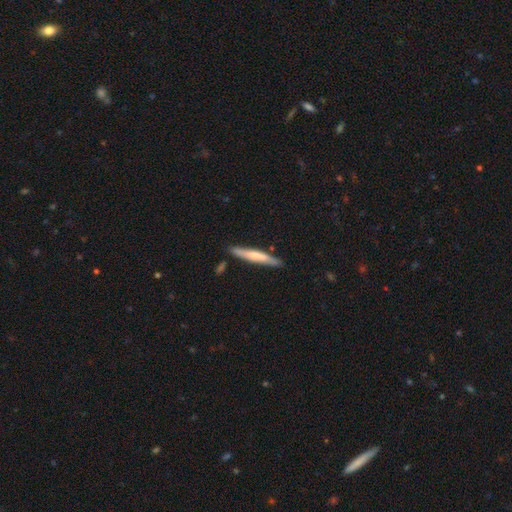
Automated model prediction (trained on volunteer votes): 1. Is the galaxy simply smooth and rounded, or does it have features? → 58% smooth, 37% featured or disk, 5% star or artifact.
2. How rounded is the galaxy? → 94% cigar-shaped, 5% in between, 1% round.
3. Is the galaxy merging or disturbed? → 85% none, 11% minor disturbance, 3% merger, 2% major disturbance.